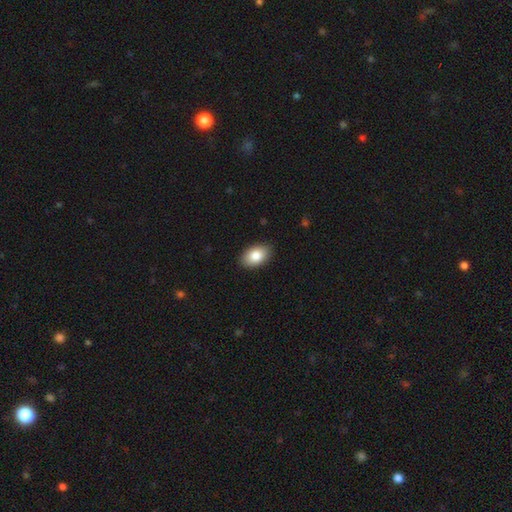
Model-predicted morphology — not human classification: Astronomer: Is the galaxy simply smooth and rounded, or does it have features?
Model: smooth — 85%.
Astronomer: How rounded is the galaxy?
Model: in between — 92%.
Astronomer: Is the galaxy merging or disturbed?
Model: none — 89%.